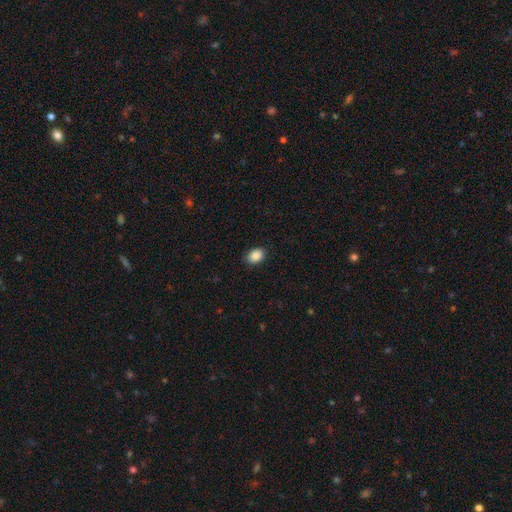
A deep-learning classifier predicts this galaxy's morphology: Overall: smooth (89%). How rounded: in between (75%). Merging: none (87%).